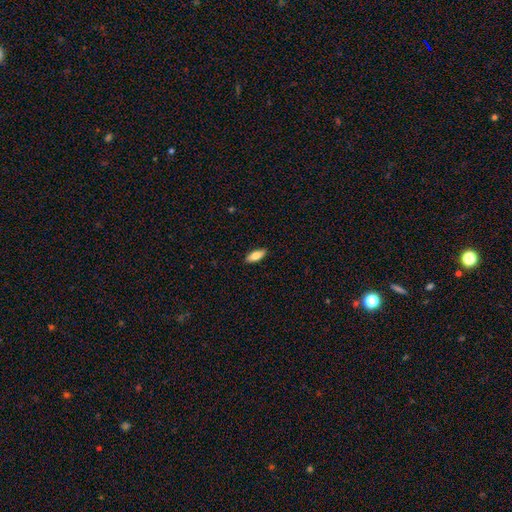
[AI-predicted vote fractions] A smooth galaxy with no disk features (79%) that is in between round and cigar-shaped (77%). Merging: none (89%).